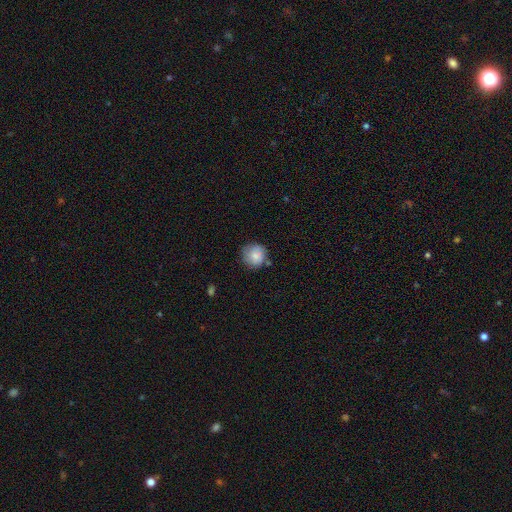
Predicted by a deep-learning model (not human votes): Overall: smooth (82%). How rounded: round (91%). Merging: none (74%).